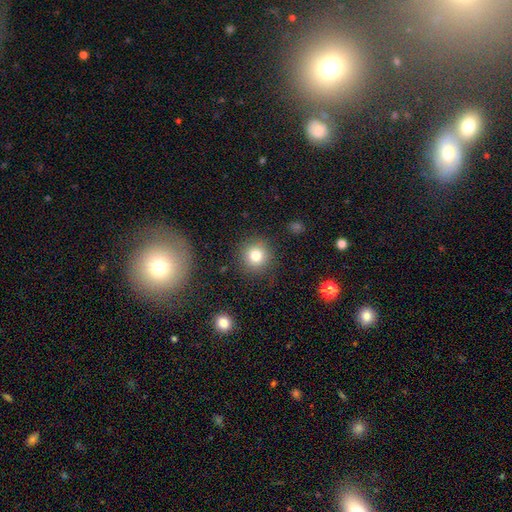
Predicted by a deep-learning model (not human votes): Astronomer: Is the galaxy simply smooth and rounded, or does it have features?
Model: smooth — 80%.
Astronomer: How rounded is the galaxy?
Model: round — 92%.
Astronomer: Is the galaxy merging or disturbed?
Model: none — 87%.